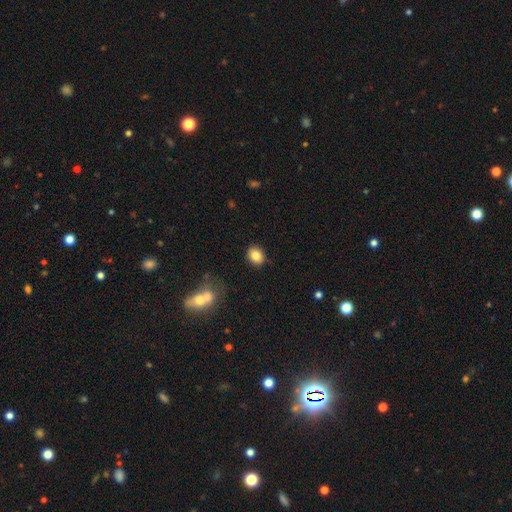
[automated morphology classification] smooth 83%, star or artifact 9%, featured or disk 8%. Down the decision tree: how rounded — round (57%); merging — none (88%).